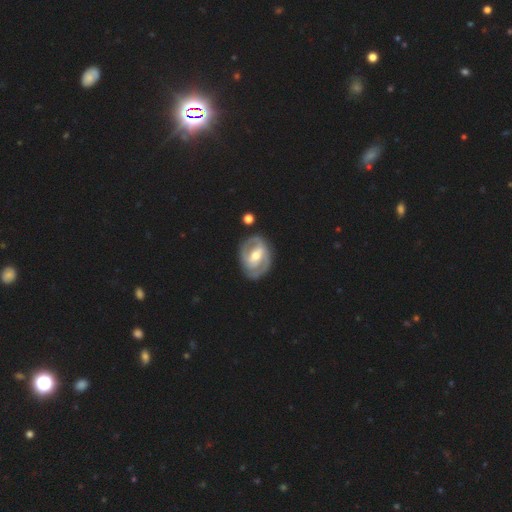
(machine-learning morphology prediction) The model was most divided on "bar": strong: 42%, weak: 39%, no: 19%. More confident: edge-on disk — no (97%); spiral arms — yes (84%); smooth or featured — featured or disk (81%); merging — none (78%); spiral arm count — 2 (77%); bulge size — moderate (65%); spiral winding — tight (51%).